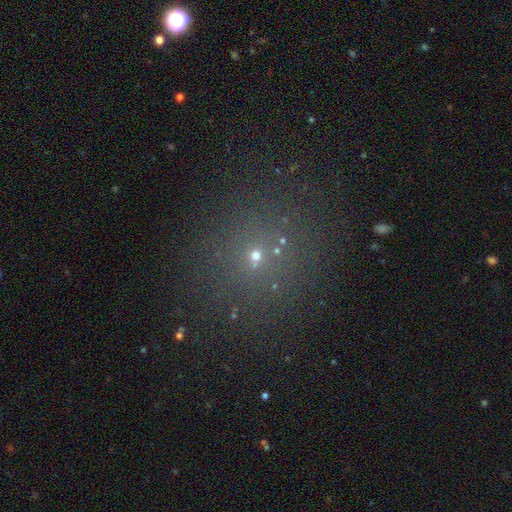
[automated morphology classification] Smooth or featured? Predicted: smooth (p=0.49). Merging? Predicted: none (p=0.83).